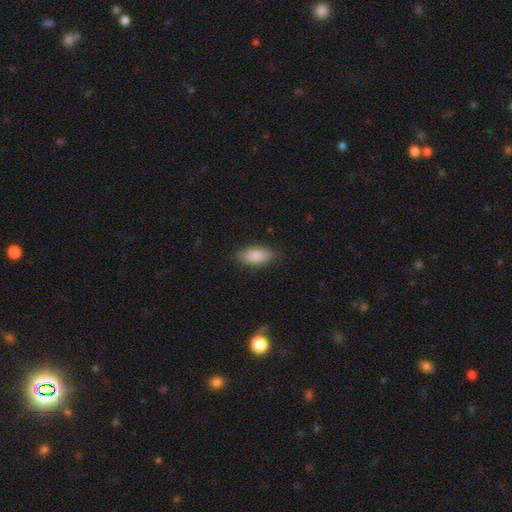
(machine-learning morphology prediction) This is clearly a smooth galaxy (87%). How rounded: clearly in between (89%). Merging: clearly none (84%).